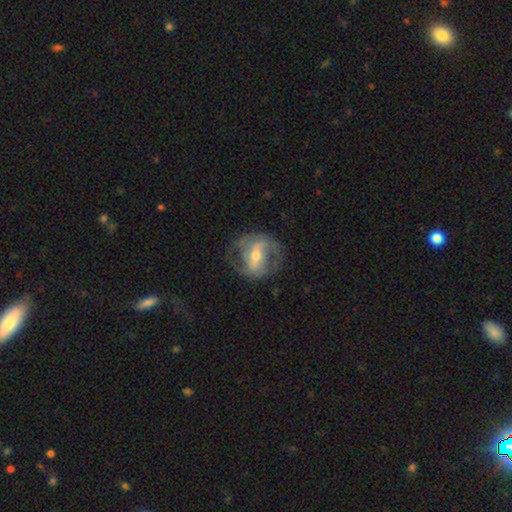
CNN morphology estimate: Overall: featured or disk (78%). Edge-on disk: no (96%). Bar: strong (41%; weak 40%). Spiral arms: yes (85%). Spiral arm count: 2 (72%). Spiral winding: medium (47%; loose 27%). Bulge size: moderate (57%; small 38%). Merging: none (69%).